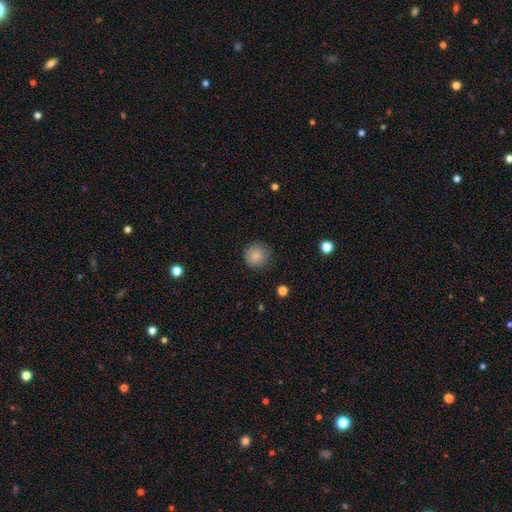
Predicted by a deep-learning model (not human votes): Smooth or featured? smooth (85%)
How rounded? round (94%)
Merging? none (84%)